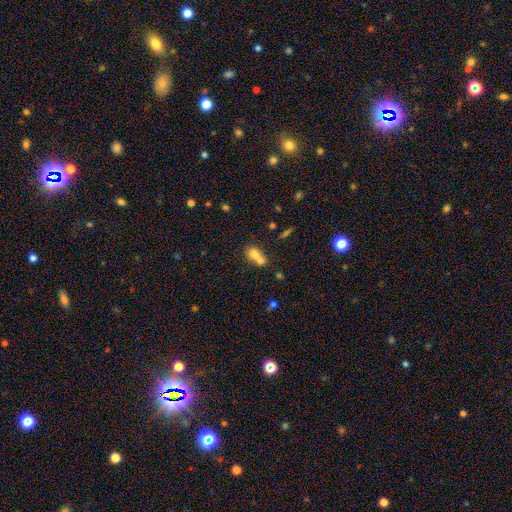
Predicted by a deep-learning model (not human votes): A smooth galaxy with no disk features (70%) that is in between round and cigar-shaped (63%). Merging: merger (56%).